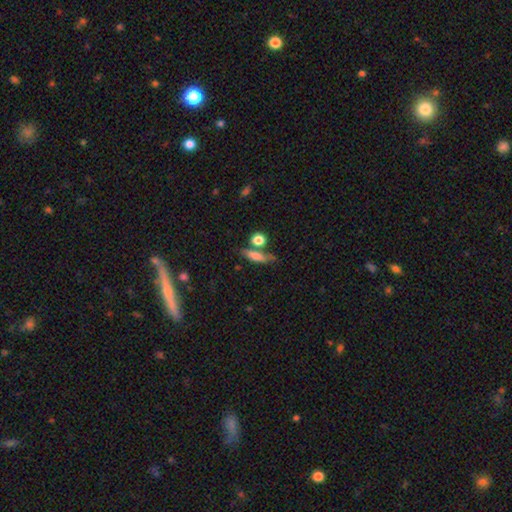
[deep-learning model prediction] Smooth or featured? smooth (72%)
How rounded? cigar-shaped (54%)
Merging? none (60%)